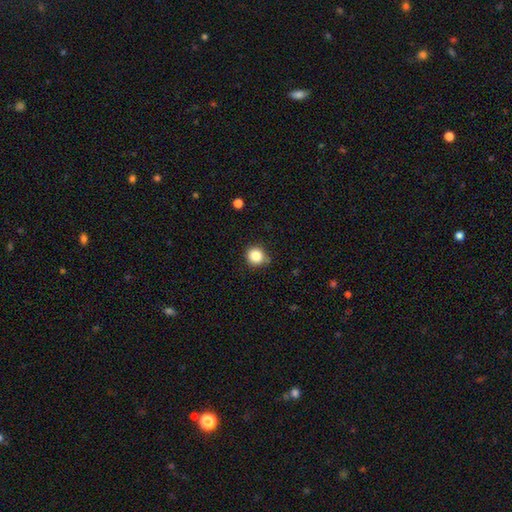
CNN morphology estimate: type=smooth (86%); roundness=round (90%); merging=none (78%).